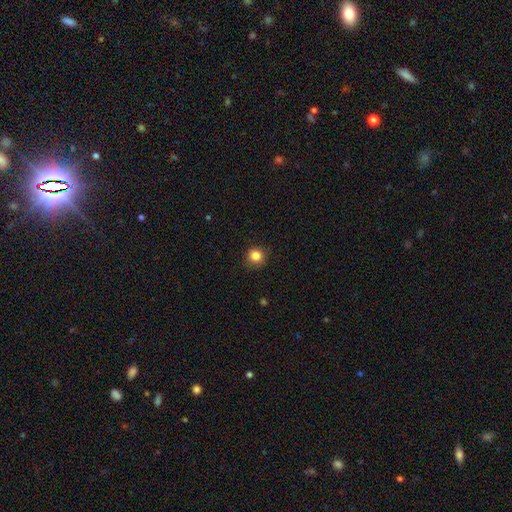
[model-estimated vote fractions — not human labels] Smooth or featured? Predicted: smooth (p=0.84). How rounded? Predicted: round (p=0.89). Merging? Predicted: none (p=0.84).